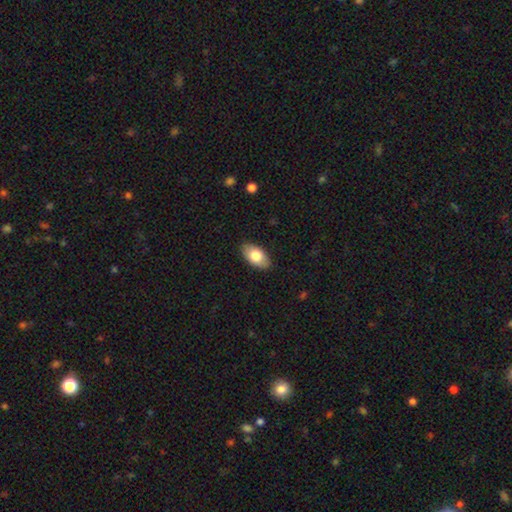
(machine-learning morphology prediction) Smooth or featured? Predicted: smooth (p=0.77). How rounded? Predicted: in between (p=0.94). Merging? Predicted: none (p=0.87).